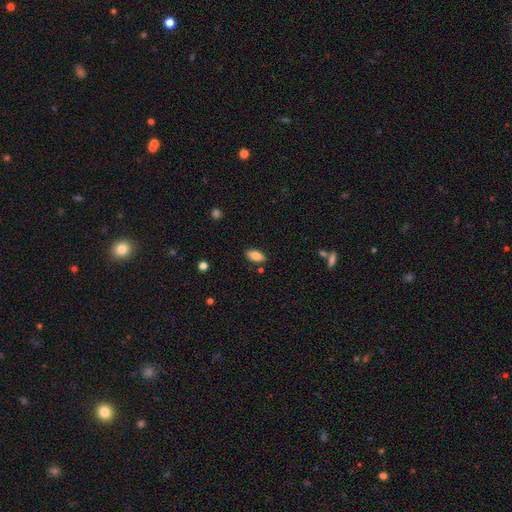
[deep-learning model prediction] smooth_or_featured: smooth (p=0.82) [alt: featured or disk p=0.10]
how_rounded: in between (p=0.89) [alt: cigar-shaped p=0.08]
merging: none (p=0.85) [alt: minor disturbance p=0.10]